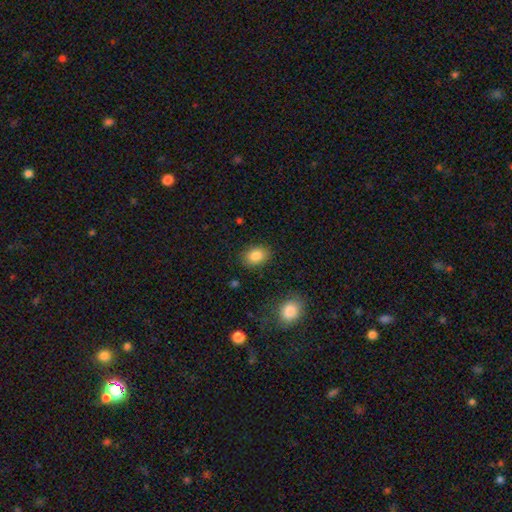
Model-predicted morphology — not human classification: The model was most divided on "how rounded": in between: 76%, round: 23%, cigar-shaped: 1%. More confident: merging — none (85%); smooth or featured — smooth (85%).